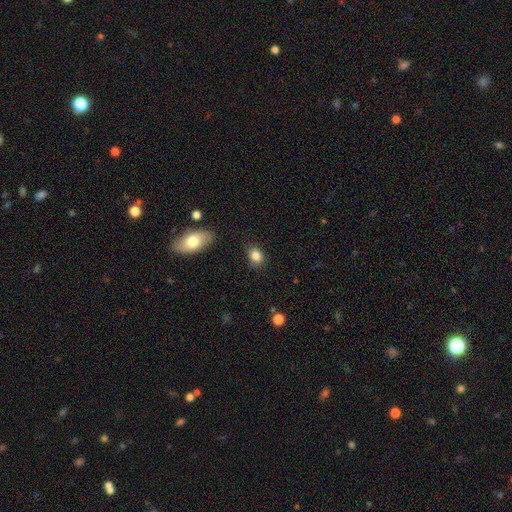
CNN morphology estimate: Smooth or featured? smooth (84%)
How rounded? in between (61%)
Merging? none (83%)